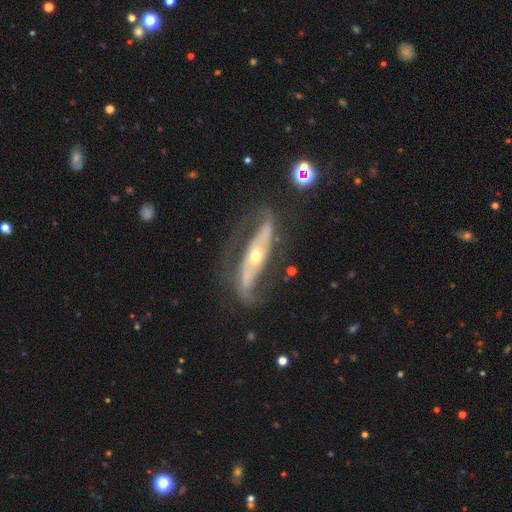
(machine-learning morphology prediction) This is clearly a featured or disk galaxy (83%). It is likely not viewed edge-on (74%). Bar: marginally strong (41%). Spiral arm pattern: clearly yes (83%). Spiral arm count: clearly 2 (85%). Spiral winding: marginally loose (41%). Central bulge: possibly small (48%). Merging: likely none (60%).